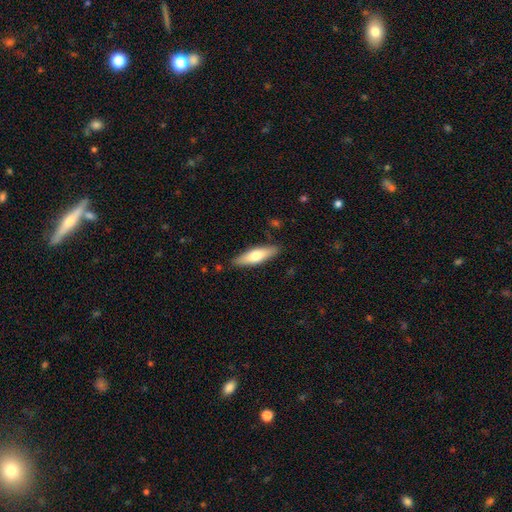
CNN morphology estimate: This is likely a smooth galaxy (62%). How rounded: possibly cigar-shaped (59%). Merging: clearly none (86%).